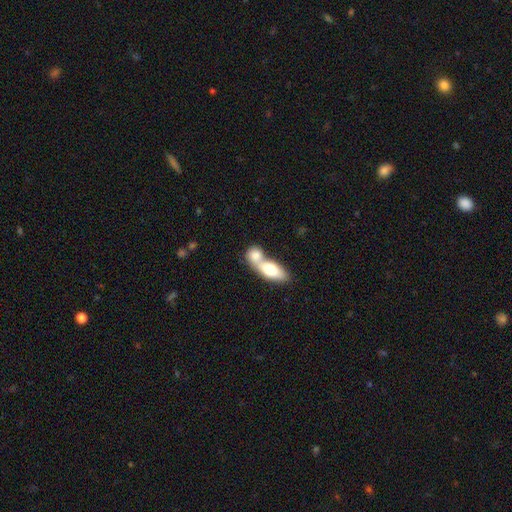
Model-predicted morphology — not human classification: Q: Smooth or featured?
A: smooth (72%); runner-up: featured or disk (22%)
Q: How rounded?
A: in between (68%); runner-up: round (19%)
Q: Merging?
A: merger (74%); runner-up: none (17%)